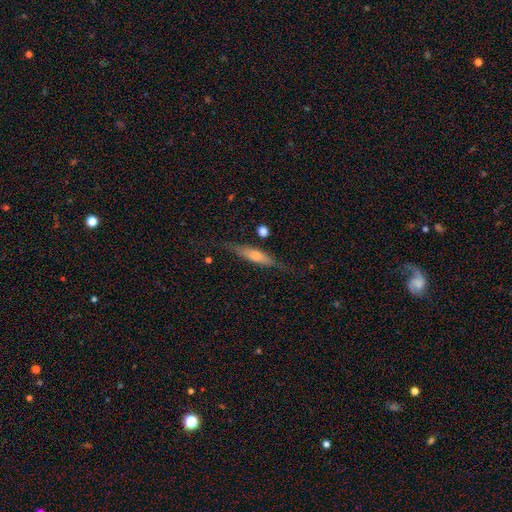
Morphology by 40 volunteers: This appears to be a smooth galaxy with no disk features (45%, tied with featured or disk) that is cigar-shaped (94%). Merging: none (69%).